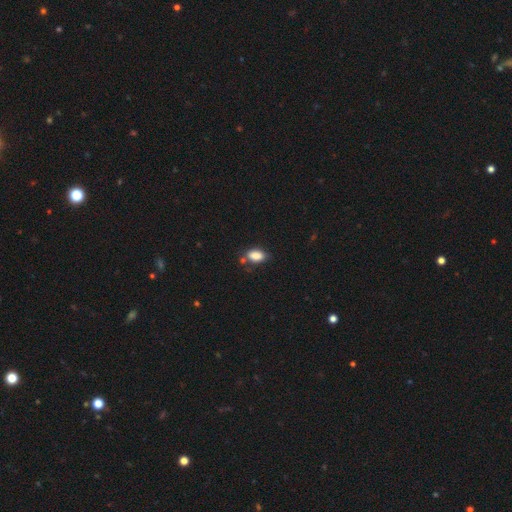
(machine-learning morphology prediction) Smooth or featured: smooth — 87% (star or artifact — 9%)
How rounded: in between — 90% (round — 8%)
Merging: none — 67% (minor disturbance — 20%)